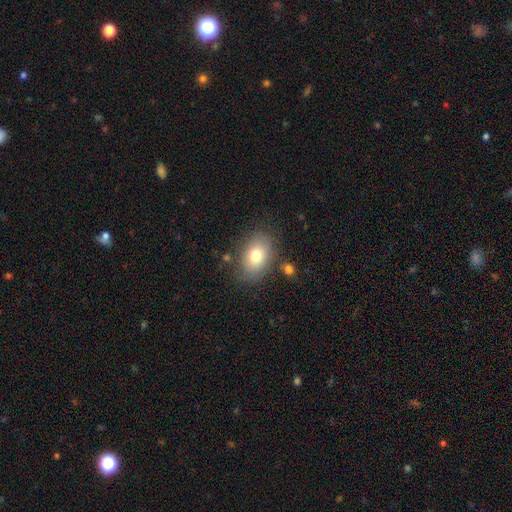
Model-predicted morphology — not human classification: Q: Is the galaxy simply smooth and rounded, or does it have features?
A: smooth — 77%.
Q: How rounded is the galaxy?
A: in between — 84%.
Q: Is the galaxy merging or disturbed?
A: none — 77%.